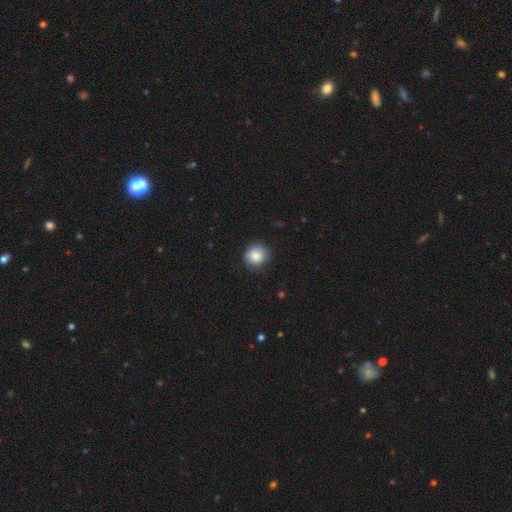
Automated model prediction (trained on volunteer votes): This appears to be a smooth galaxy with no disk features (84%) that is round (85%). Merging: none (84%).